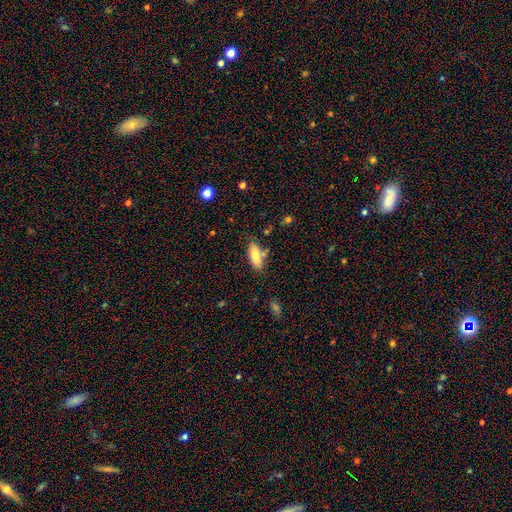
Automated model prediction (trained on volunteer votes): Smooth or featured?
  - smooth: 78% *
  - featured or disk: 15%
  - star or artifact: 7%
How rounded?
  - in between: 76% *
  - cigar-shaped: 22%
  - round: 2%
Merging?
  - none: 74% *
  - minor disturbance: 16%
  - merger: 7%
  - major disturbance: 3%